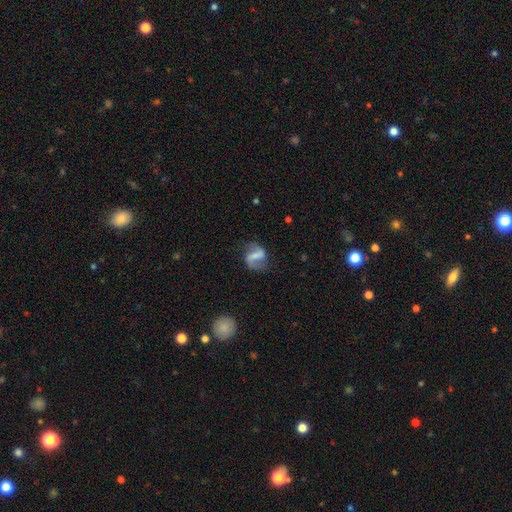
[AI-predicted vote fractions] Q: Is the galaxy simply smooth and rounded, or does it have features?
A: featured or disk — 75%.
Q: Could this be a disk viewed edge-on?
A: no — 97%.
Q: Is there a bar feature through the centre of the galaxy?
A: strong — 56%.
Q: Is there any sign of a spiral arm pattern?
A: yes — 89%.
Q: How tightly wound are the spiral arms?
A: loose — 57%.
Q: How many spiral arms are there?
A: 2 — 90%.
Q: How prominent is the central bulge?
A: none — 37%.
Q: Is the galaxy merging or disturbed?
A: none — 72%.